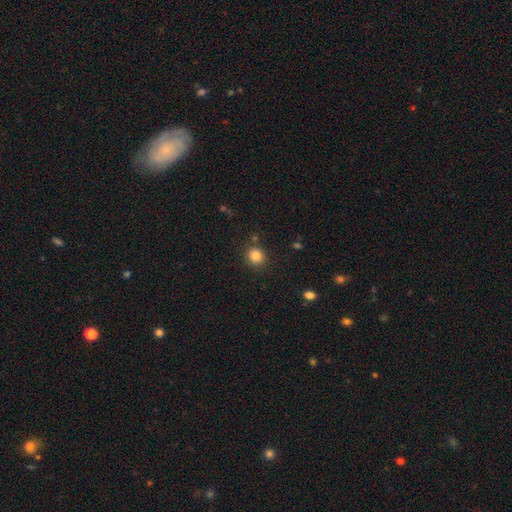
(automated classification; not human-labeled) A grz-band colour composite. It shows a smooth galaxy with no disk features (84%) that is round (88%). Merging: none (85%).